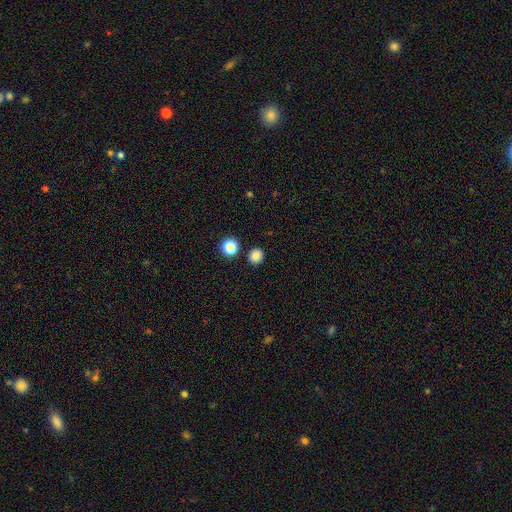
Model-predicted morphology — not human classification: Smooth or featured: smooth — 84% (star or artifact — 13%)
How rounded: round — 89% (in between — 10%)
Merging: none — 88% (minor disturbance — 6%)